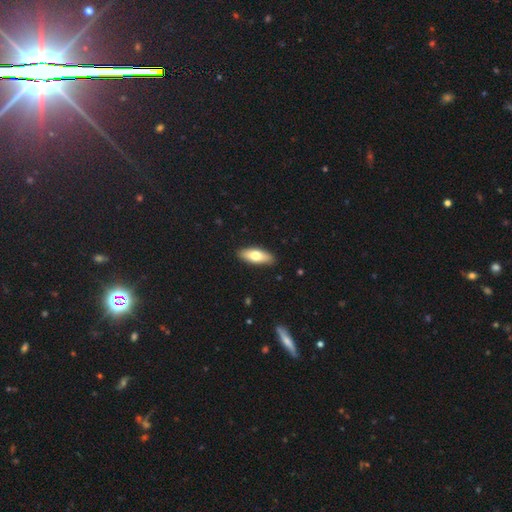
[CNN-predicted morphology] Smooth or featured?
  - smooth: 70% *
  - featured or disk: 25%
  - star or artifact: 6%
How rounded?
  - in between: 73% *
  - cigar-shaped: 25%
  - round: 3%
Merging?
  - none: 89% *
  - minor disturbance: 8%
  - major disturbance: 2%
  - merger: 1%